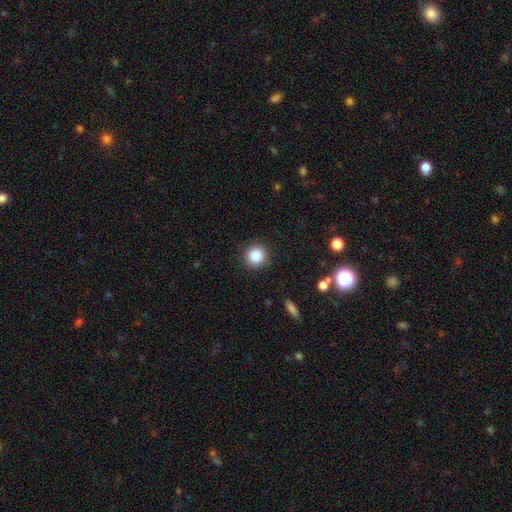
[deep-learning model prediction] smooth-or-featured: smooth: 87% | star or artifact: 10% | featured or disk: 3%
  how-rounded: round: 93% | in between: 7% | cigar-shaped: 1%
  merging: none: 89% | minor disturbance: 8% | major disturbance: 3% | merger: 1%